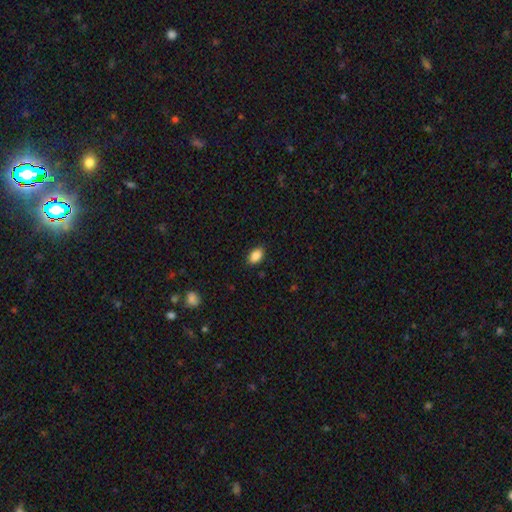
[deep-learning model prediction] This appears to be a smooth galaxy with no disk features (88%) that is in between round and cigar-shaped (90%). Merging: none (87%).